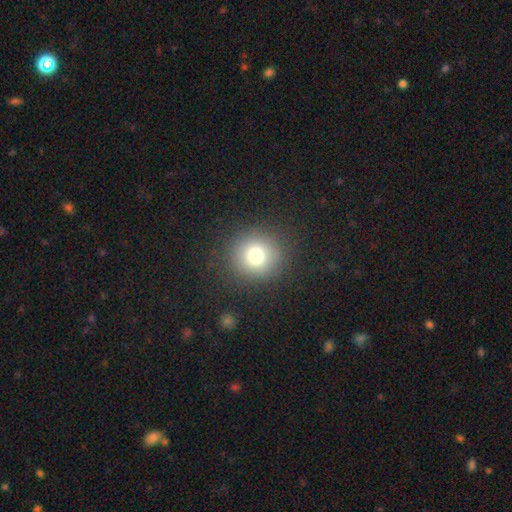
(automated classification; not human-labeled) A smooth galaxy with no disk features (74%) that is round (93%). Merging: none (88%).